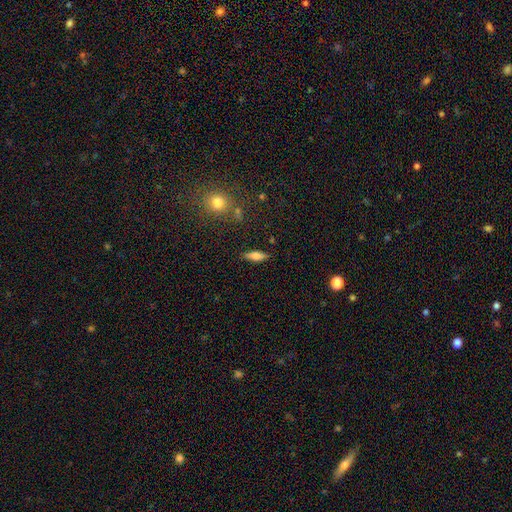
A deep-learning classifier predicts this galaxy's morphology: Q: Smooth or featured?
A: smooth (62%); runner-up: featured or disk (30%)
Q: How rounded?
A: in between (49%); runner-up: cigar-shaped (48%)
Q: Merging?
A: none (86%); runner-up: minor disturbance (10%)